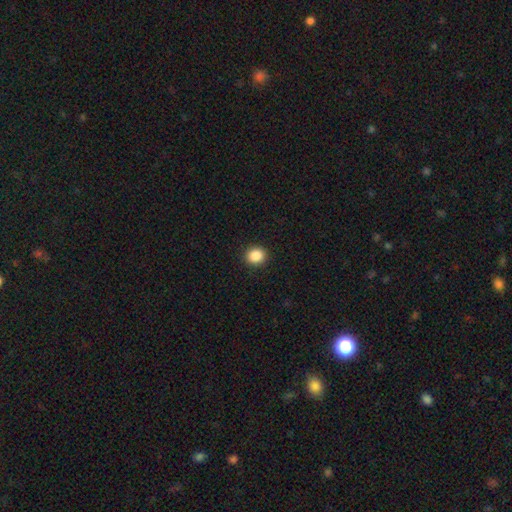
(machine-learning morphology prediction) This appears to be a smooth galaxy with no disk features (88%) that is round (85%). Merging: none (92%).